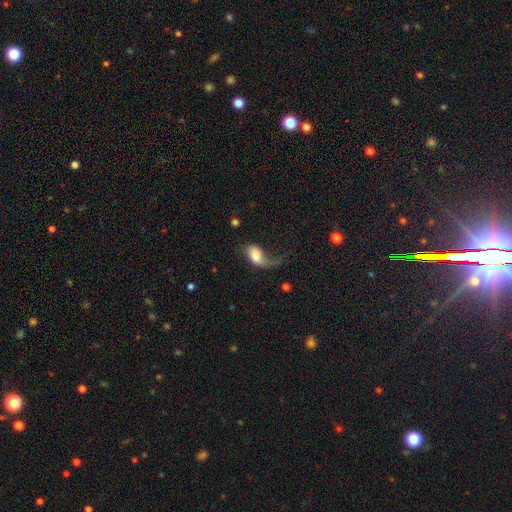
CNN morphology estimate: Smooth or featured? Predicted: smooth (p=0.60). How rounded? Predicted: in between (p=0.84). Merging? Predicted: major disturbance (p=0.52).